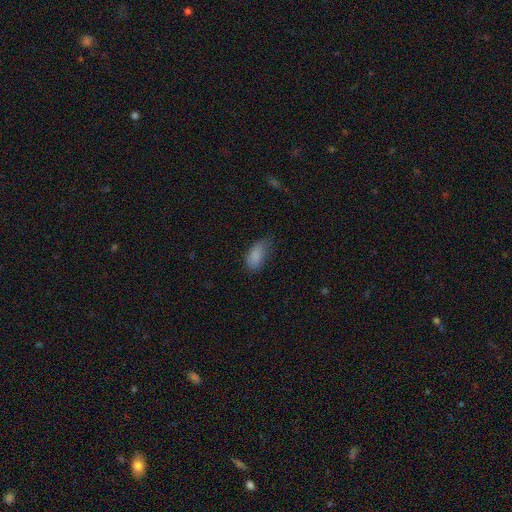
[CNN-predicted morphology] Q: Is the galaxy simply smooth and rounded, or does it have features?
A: smooth — 84%.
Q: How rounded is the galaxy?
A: in between — 92%.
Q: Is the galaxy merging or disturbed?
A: none — 47%.